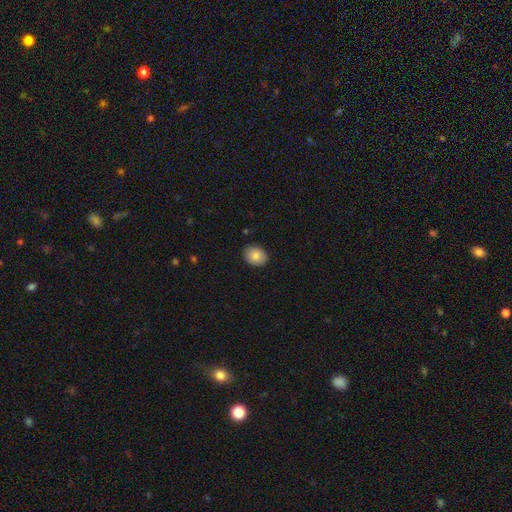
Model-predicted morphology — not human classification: Smooth or featured? smooth (84%)
How rounded? in between (58%)
Merging? none (88%)